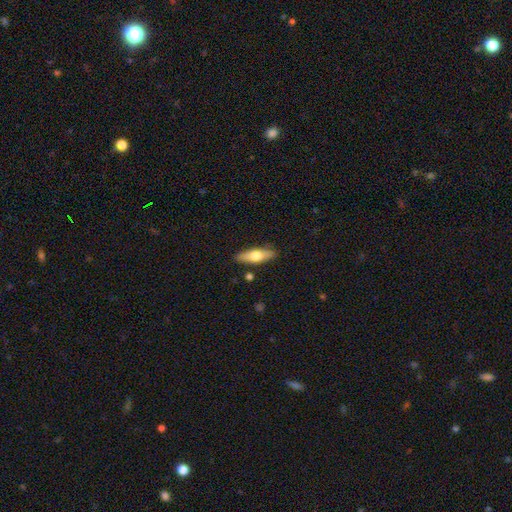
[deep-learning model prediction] Q: Smooth or featured?
A: smooth (58%); runner-up: featured or disk (36%)
Q: How rounded?
A: cigar-shaped (50%); runner-up: in between (48%)
Q: Merging?
A: none (86%); runner-up: minor disturbance (9%)